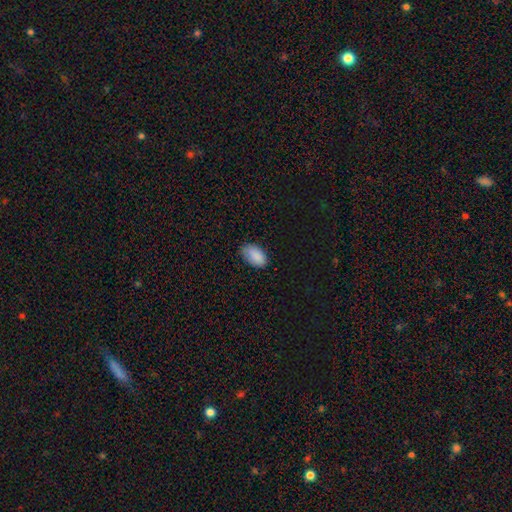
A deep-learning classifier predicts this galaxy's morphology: smooth-or-featured: smooth: 87% | star or artifact: 8% | featured or disk: 4%
  how-rounded: in between: 93% | round: 5% | cigar-shaped: 2%
  merging: none: 72% | minor disturbance: 23% | major disturbance: 4% | merger: 1%